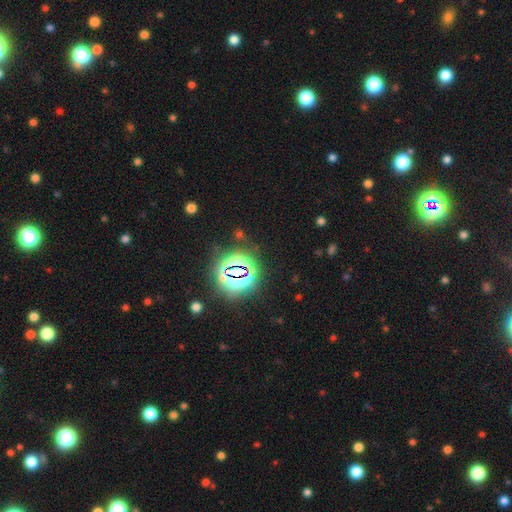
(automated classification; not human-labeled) This is clearly a star or artifact rather than a galaxy (82%).